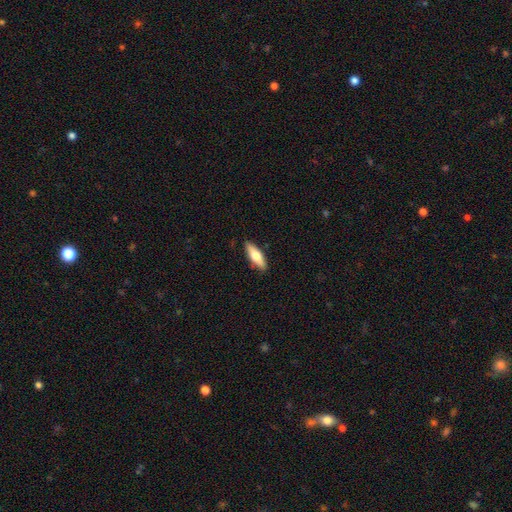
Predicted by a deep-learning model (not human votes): Morphology: type=smooth (66%); roundness=in between (52%); merging=none (89%).